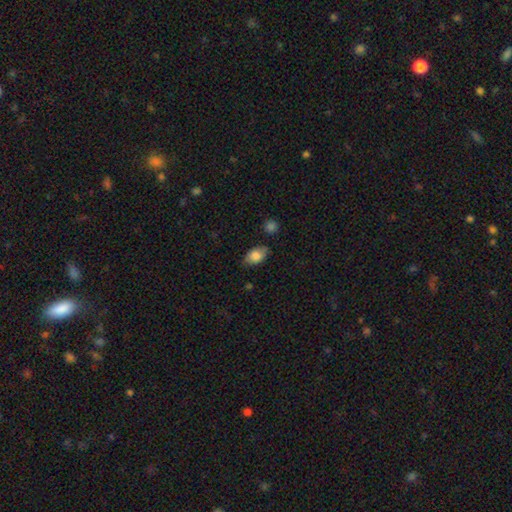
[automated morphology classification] Smooth or featured?
  - smooth: 81% *
  - featured or disk: 11%
  - star or artifact: 8%
How rounded?
  - in between: 88% *
  - round: 10%
  - cigar-shaped: 2%
Merging?
  - none: 75% *
  - minor disturbance: 19%
  - major disturbance: 4%
  - merger: 3%